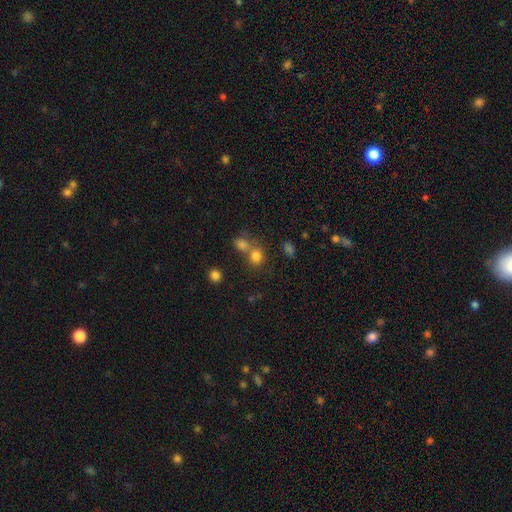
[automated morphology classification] This is likely a smooth galaxy (78%). How rounded: likely round (73%). Merging: possibly none (47%).